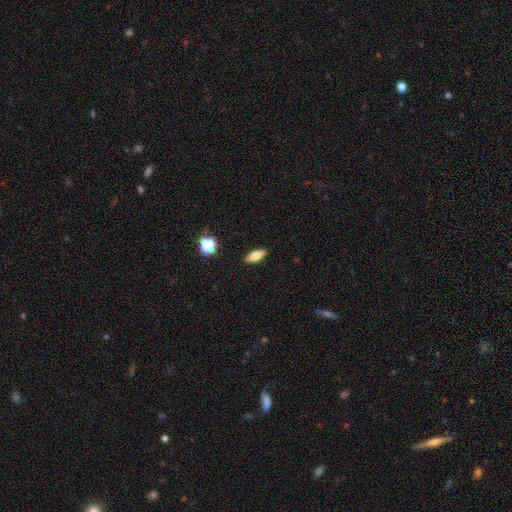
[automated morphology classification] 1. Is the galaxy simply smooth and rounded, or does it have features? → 67% smooth, 24% featured or disk, 9% star or artifact.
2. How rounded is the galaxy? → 71% in between, 25% cigar-shaped, 4% round.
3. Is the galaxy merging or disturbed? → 89% none, 8% minor disturbance, 2% major disturbance, 1% merger.